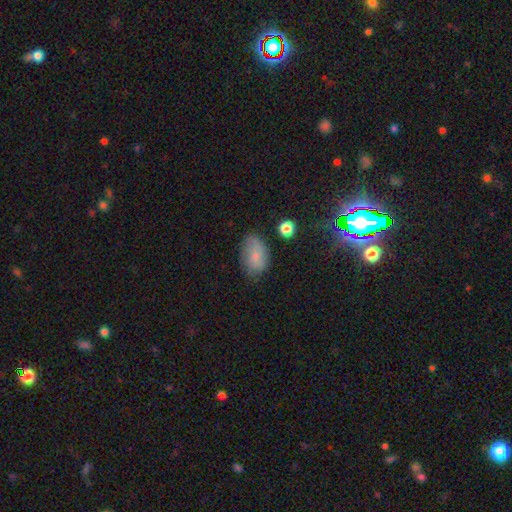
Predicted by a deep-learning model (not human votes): A smooth galaxy with no disk features (69%) that is in between round and cigar-shaped (88%). Merging: none (66%).